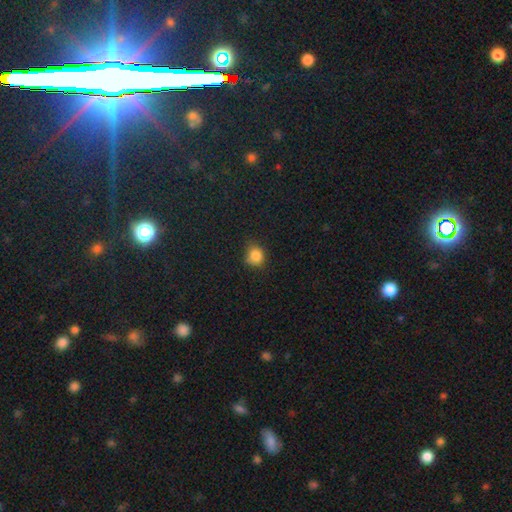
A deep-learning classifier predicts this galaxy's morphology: The model was most divided on "merging": none: 64%, minor disturbance: 27%, major disturbance: 6%, merger: 3%. More confident: smooth or featured — smooth (83%); how rounded — round (73%).